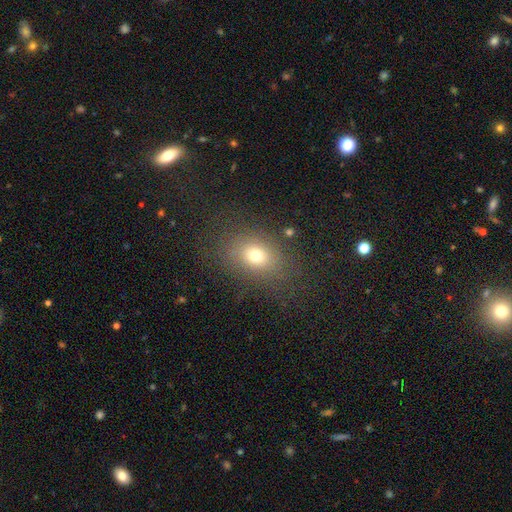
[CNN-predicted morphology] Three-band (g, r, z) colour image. It shows a smooth galaxy with no disk features (71%) that is in between round and cigar-shaped (60%). Merging: none (77%).